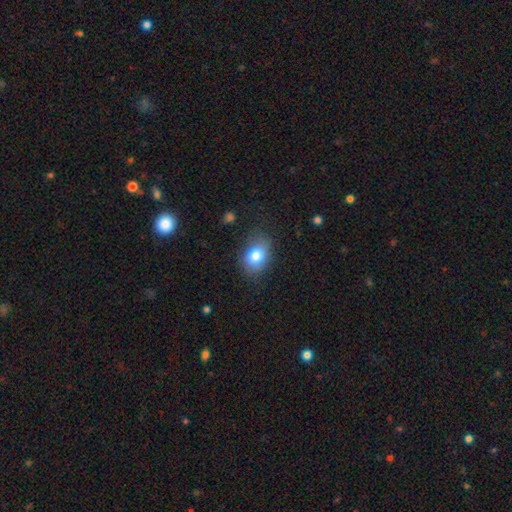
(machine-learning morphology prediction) Smooth or featured? smooth (80%)
How rounded? in between (72%)
Merging? none (69%)